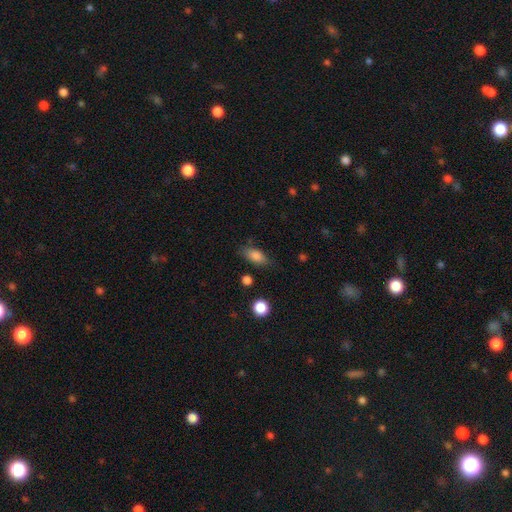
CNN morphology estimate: Q: Smooth or featured?
A: smooth (83%); runner-up: featured or disk (9%)
Q: How rounded?
A: in between (84%); runner-up: cigar-shaped (11%)
Q: Merging?
A: none (76%); runner-up: minor disturbance (16%)